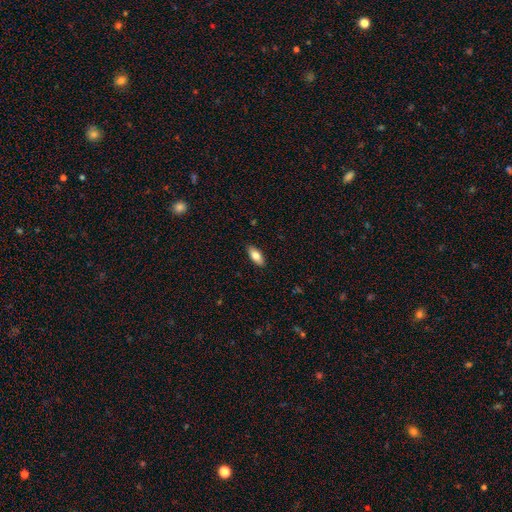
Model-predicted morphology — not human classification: Smooth or featured? smooth (79%)
How rounded? in between (85%)
Merging? none (89%)